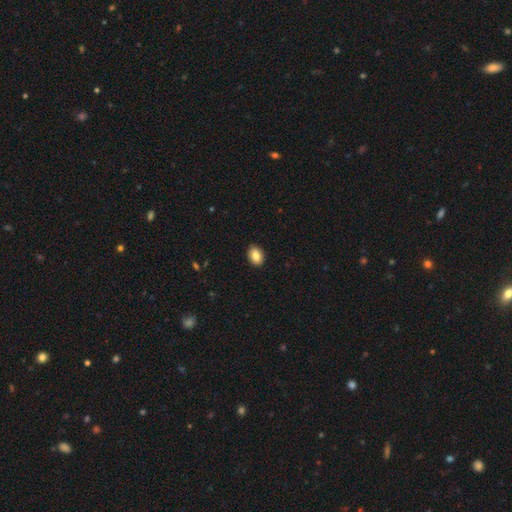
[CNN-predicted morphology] Smooth or featured: smooth — 85% (star or artifact — 8%)
How rounded: in between — 79% (round — 20%)
Merging: none — 90% (minor disturbance — 7%)